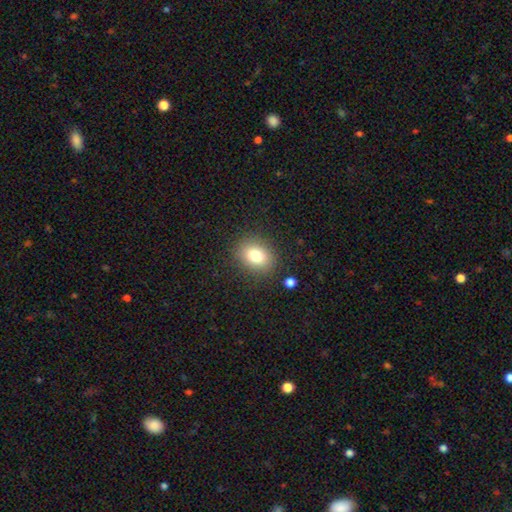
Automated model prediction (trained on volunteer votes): smooth-or-featured: smooth: 79% | star or artifact: 11% | featured or disk: 10%
  how-rounded: in between: 55% | round: 44% | cigar-shaped: 1%
  merging: none: 85% | minor disturbance: 9% | major disturbance: 4% | merger: 2%